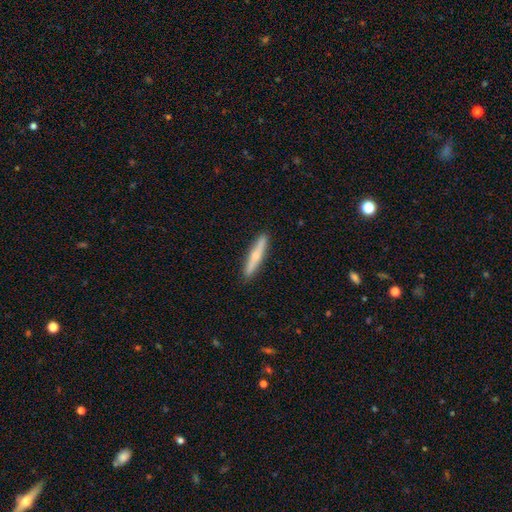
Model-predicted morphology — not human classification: Smooth or featured?
  - smooth: 54% *
  - featured or disk: 41%
  - star or artifact: 6%
How rounded?
  - cigar-shaped: 92% *
  - in between: 7%
  - round: 1%
Merging?
  - none: 90% *
  - minor disturbance: 7%
  - major disturbance: 1%
  - merger: 1%